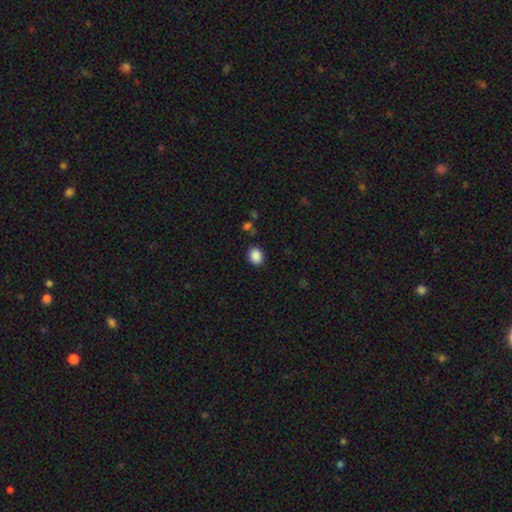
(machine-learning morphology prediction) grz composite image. It shows a smooth galaxy with no disk features (88%) that is in between round and cigar-shaped (52%). Merging: none (85%).